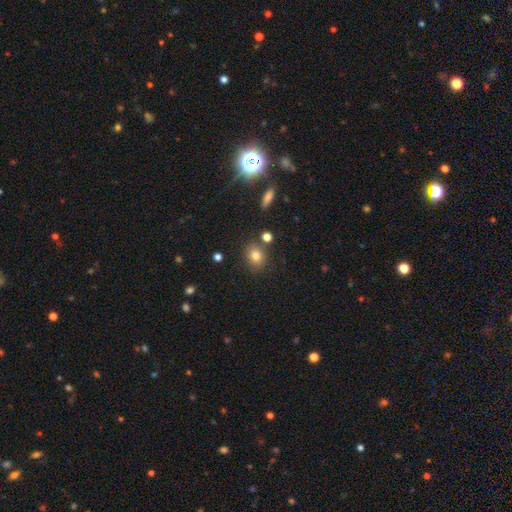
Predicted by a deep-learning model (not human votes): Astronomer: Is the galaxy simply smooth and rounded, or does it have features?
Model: smooth — 79%.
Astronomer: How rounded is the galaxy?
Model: round — 56% (runner-up: in between, 43%).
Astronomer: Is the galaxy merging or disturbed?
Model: none — 77%.